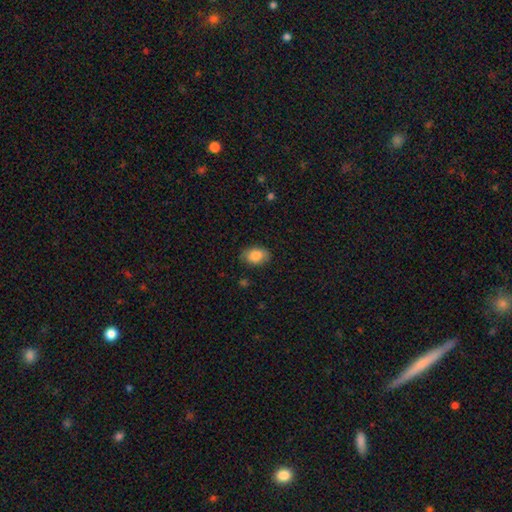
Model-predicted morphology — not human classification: Smooth or featured? smooth (85%)
How rounded? in between (85%)
Merging? none (81%)